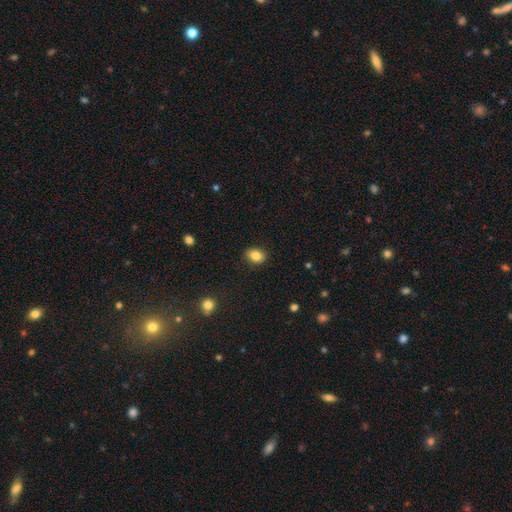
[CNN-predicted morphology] Smooth or featured? Predicted: smooth (p=0.85). How rounded? Predicted: in between (p=0.66). Merging? Predicted: none (p=0.89).